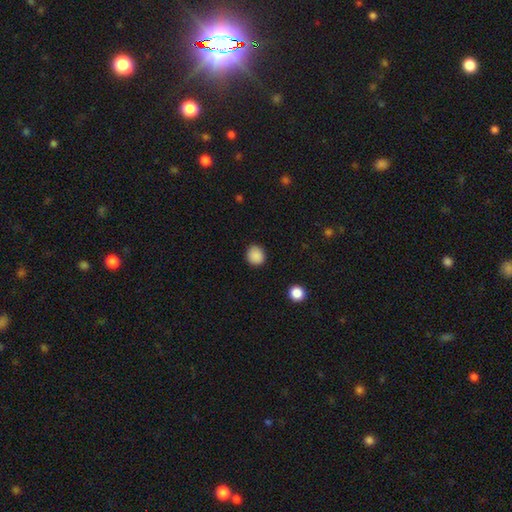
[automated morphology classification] Q: Smooth or featured?
A: smooth (88%); runner-up: star or artifact (10%)
Q: How rounded?
A: round (83%); runner-up: in between (16%)
Q: Merging?
A: none (89%); runner-up: minor disturbance (8%)